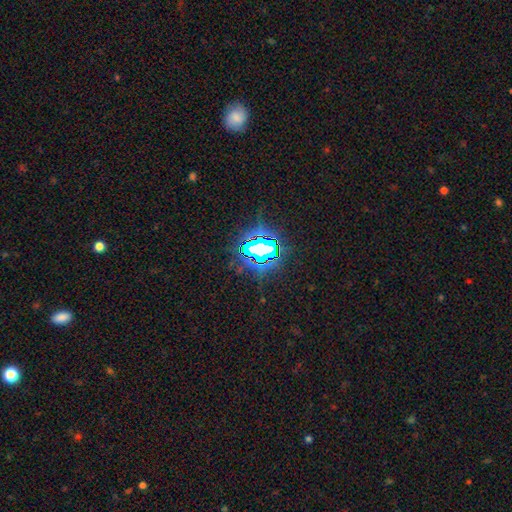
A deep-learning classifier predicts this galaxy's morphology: smooth_or_featured: star or artifact (p=0.78) [alt: smooth p=0.14]